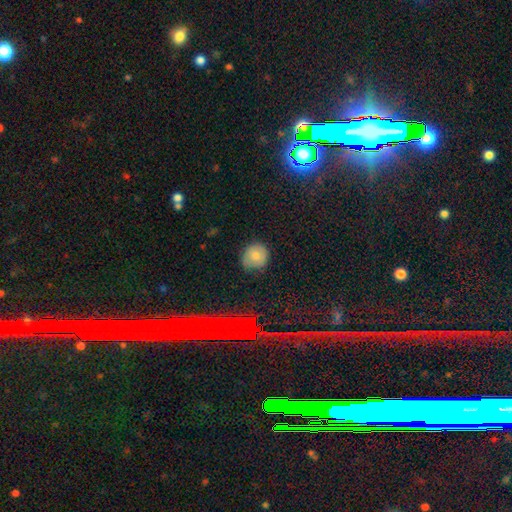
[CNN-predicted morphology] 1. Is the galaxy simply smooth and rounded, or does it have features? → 73% smooth, 16% featured or disk, 11% star or artifact.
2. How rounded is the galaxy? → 87% round, 12% in between, 1% cigar-shaped.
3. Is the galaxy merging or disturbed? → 77% none, 18% minor disturbance, 3% major disturbance, 1% merger.